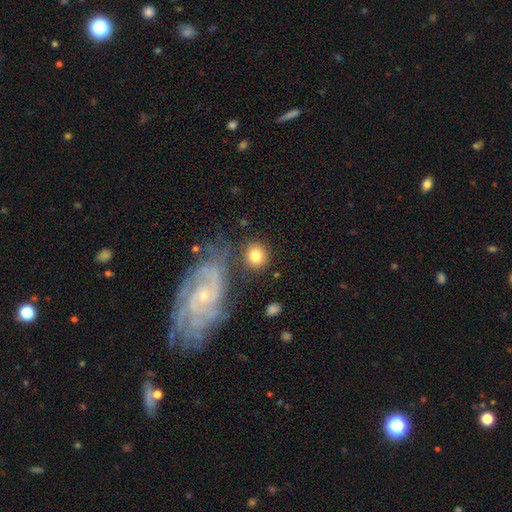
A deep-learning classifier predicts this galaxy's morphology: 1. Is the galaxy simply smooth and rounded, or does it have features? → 79% smooth, 14% featured or disk, 7% star or artifact.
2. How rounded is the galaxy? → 84% round, 14% in between, 1% cigar-shaped.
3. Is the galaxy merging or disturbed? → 76% none, 11% minor disturbance, 8% merger, 5% major disturbance.